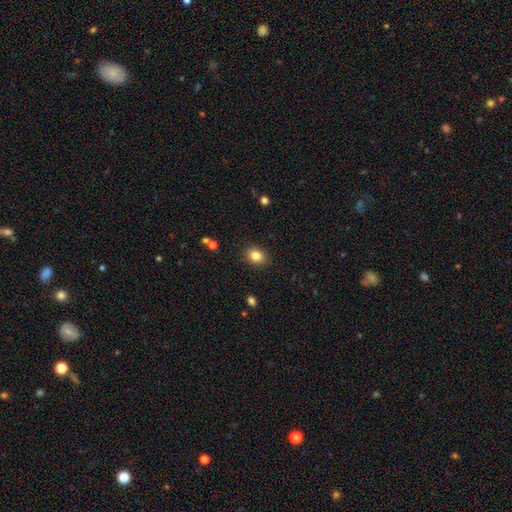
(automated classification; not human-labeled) A smooth galaxy with no disk features (84%) that is in between round and cigar-shaped (58%).

Vote fractions:
- Smooth or featured? smooth: 84% / star or artifact: 10% / featured or disk: 6%
- How rounded? in between: 58% / round: 41% / cigar-shaped: 1%
- Merging? none: 88% / minor disturbance: 9% / major disturbance: 2% / merger: 1%